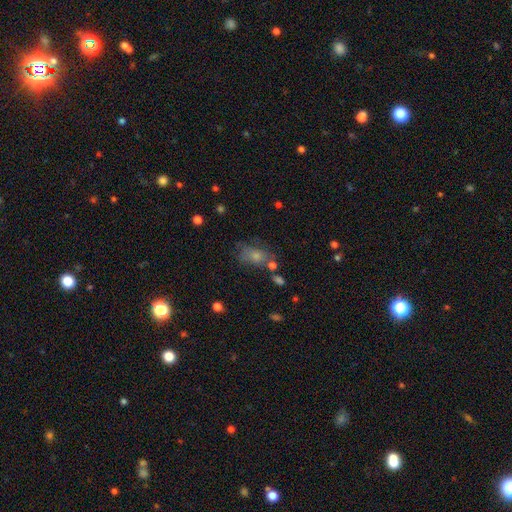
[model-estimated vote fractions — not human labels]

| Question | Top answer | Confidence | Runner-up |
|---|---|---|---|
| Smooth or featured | smooth | 49% | star or artifact (27%) |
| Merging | none | 61% | minor disturbance (20%) |